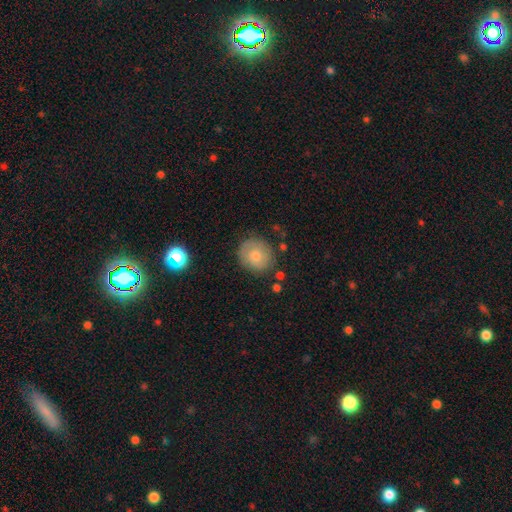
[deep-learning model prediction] Morphology: type=smooth (73%); roundness=round (87%); merging=none (81%).